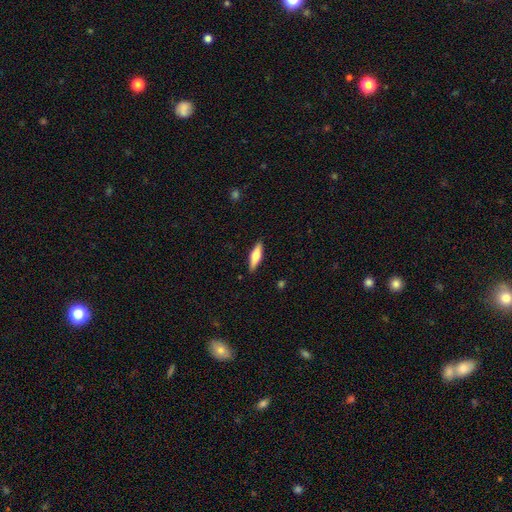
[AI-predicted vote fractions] Smooth or featured? Predicted: smooth (p=0.62). How rounded? Predicted: cigar-shaped (p=0.64). Merging? Predicted: none (p=0.88).